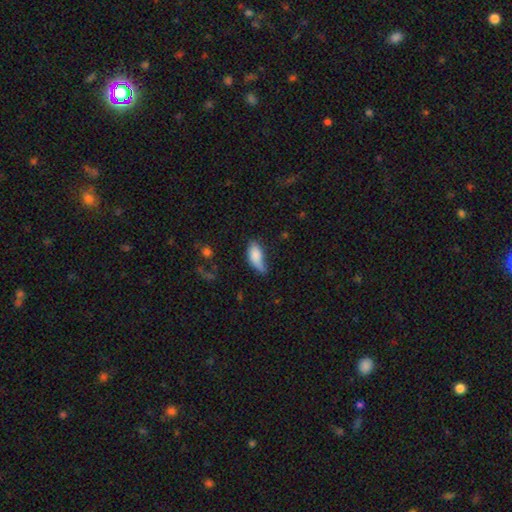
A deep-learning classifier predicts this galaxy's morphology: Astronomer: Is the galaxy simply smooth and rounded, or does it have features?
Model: smooth — 80%.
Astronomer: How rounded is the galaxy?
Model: in between — 83%.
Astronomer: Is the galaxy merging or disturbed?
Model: minor disturbance — 41% (runner-up: none, 39%).